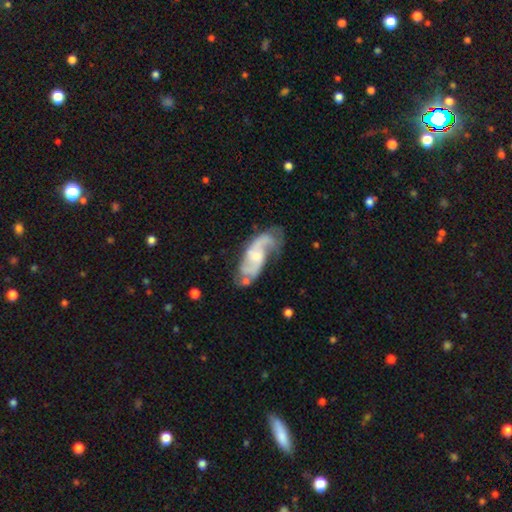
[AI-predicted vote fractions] Smooth or featured?
  - featured or disk: 82% *
  - smooth: 13%
  - star or artifact: 5%
Edge-on disk?
  - no: 95% *
  - yes: 5%
Bar?
  - no: 48% *
  - weak: 42%
  - strong: 10%
Spiral arms?
  - yes: 94% *
  - no: 6%
Spiral winding?
  - medium: 45% *
  - loose: 40%
  - tight: 14%
Spiral arm count?
  - 2: 79% *
  - can't tell: 8%
  - 3: 5%
  - 1: 5%
  - 4: 1%
  - more than 4: 1%
Bulge size?
  - small: 46% *
  - moderate: 41%
  - none: 8%
  - large: 4%
  - dominant: 1%
Merging?
  - none: 52% *
  - minor disturbance: 25%
  - major disturbance: 17%
  - merger: 6%